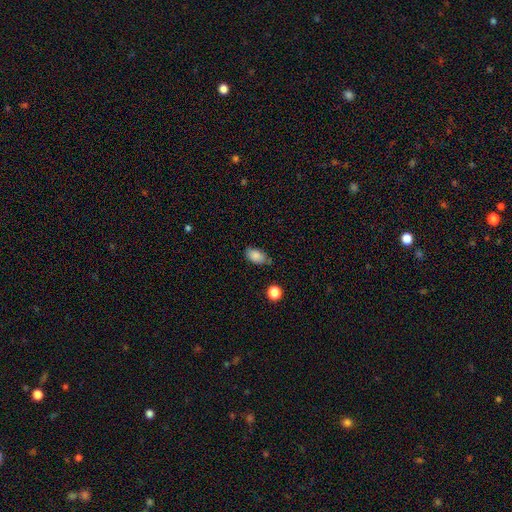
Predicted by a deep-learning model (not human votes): Smooth or featured: smooth — 85% (star or artifact — 9%)
How rounded: in between — 91% (round — 7%)
Merging: none — 70% (minor disturbance — 22%)